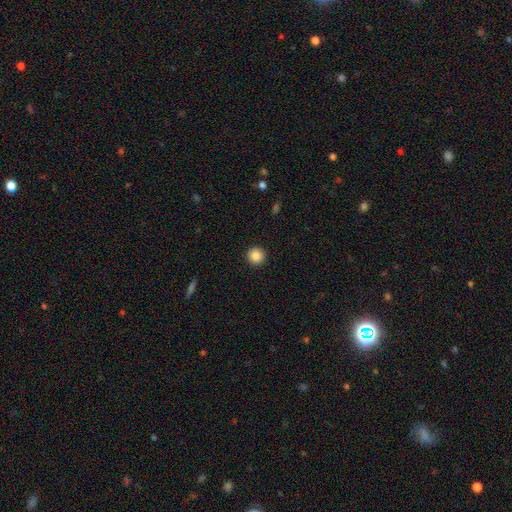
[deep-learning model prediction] The model was most divided on "smooth or featured": smooth: 87%, star or artifact: 9%, featured or disk: 4%. More confident: how rounded — round (95%); merging — none (93%).